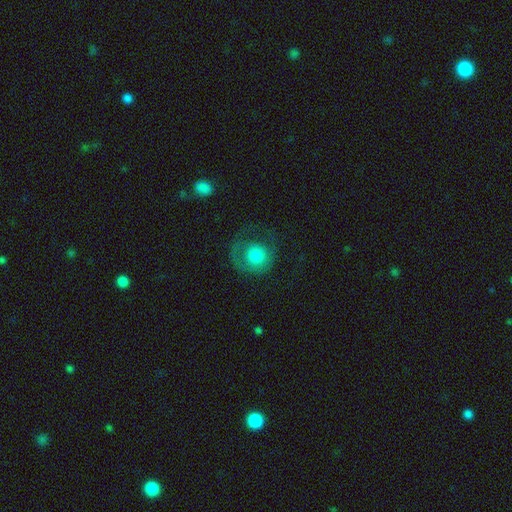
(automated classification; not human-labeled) A smooth galaxy with no disk features (62%) that is round (85%).

Vote fractions:
- Smooth or featured? smooth: 62% / featured or disk: 30% / star or artifact: 8%
- How rounded? round: 85% / in between: 14% / cigar-shaped: 1%
- Merging? none: 49% / major disturbance: 30% / minor disturbance: 19% / merger: 2%